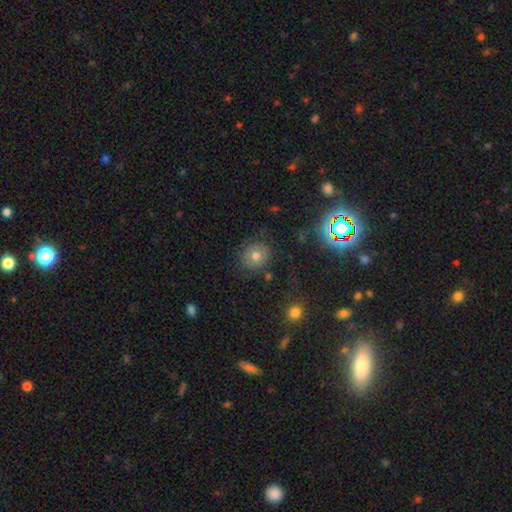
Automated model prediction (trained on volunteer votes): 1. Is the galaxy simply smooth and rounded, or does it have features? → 66% smooth, 18% featured or disk, 17% star or artifact.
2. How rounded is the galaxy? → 81% round, 18% in between, 1% cigar-shaped.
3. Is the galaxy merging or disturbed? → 79% none, 13% minor disturbance, 5% major disturbance, 3% merger.